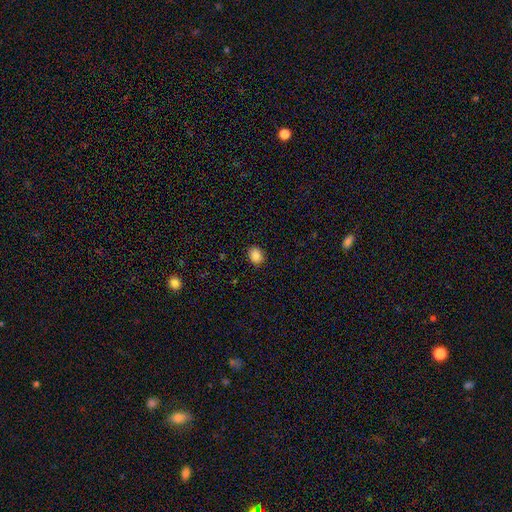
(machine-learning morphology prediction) The model was most divided on "how rounded": round: 54%, in between: 45%, cigar-shaped: 1%. More confident: merging — none (90%); smooth or featured — smooth (86%).